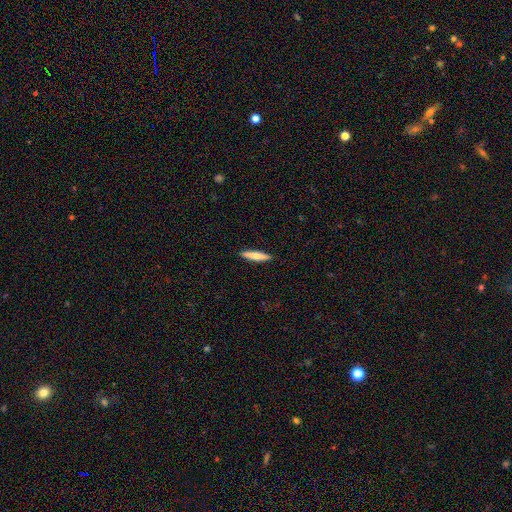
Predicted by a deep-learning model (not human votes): The model was most divided on "smooth or featured": smooth: 73%, featured or disk: 22%, star or artifact: 5%. More confident: merging — none (91%); how rounded — cigar-shaped (89%).